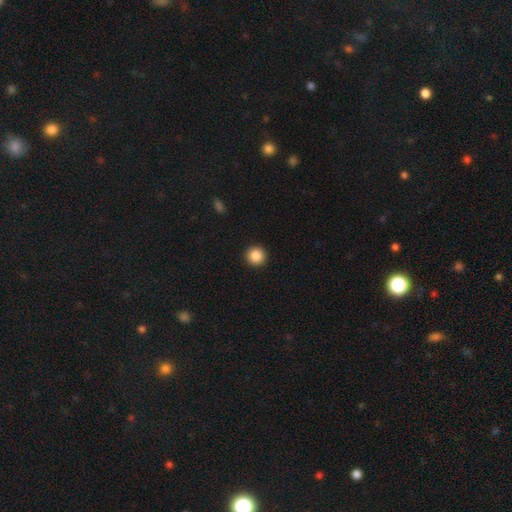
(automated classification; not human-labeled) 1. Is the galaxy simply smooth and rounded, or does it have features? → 88% smooth, 9% star or artifact, 3% featured or disk.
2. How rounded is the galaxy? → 96% round, 3% in between, 1% cigar-shaped.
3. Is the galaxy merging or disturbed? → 93% none, 4% minor disturbance, 2% major disturbance, 1% merger.